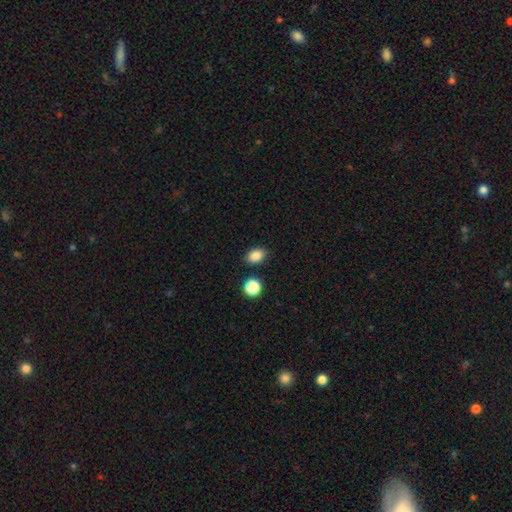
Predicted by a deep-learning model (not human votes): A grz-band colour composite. It shows a smooth galaxy with no disk features (85%) that is in between round and cigar-shaped (73%). Merging: none (84%).